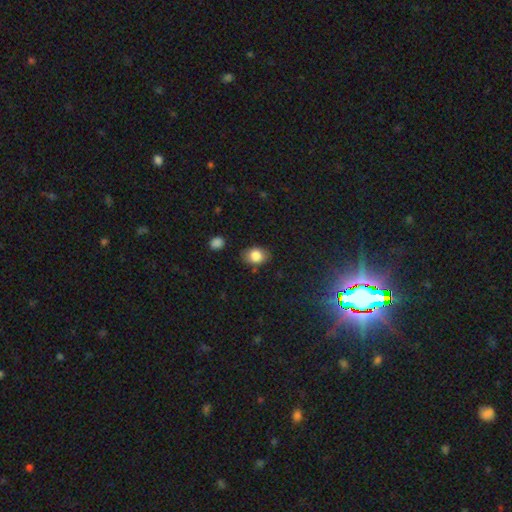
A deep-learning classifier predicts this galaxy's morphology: This is clearly a smooth galaxy (83%). How rounded: likely in between (67%). Merging: likely none (78%).